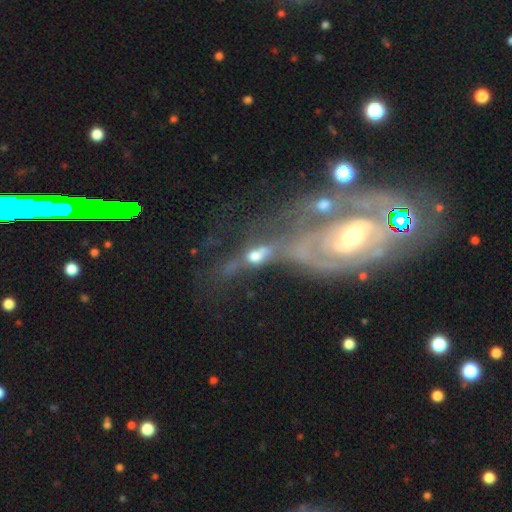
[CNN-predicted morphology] type=featured or disk (49%); merging=merger (41%).